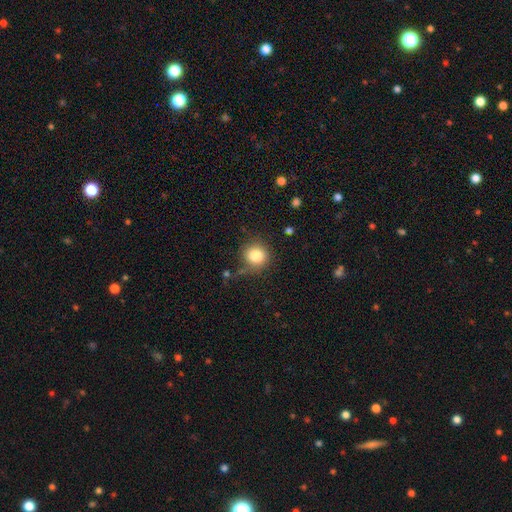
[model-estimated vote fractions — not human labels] Smooth or featured? Predicted: smooth (p=0.84). How rounded? Predicted: round (p=0.89). Merging? Predicted: none (p=0.76).